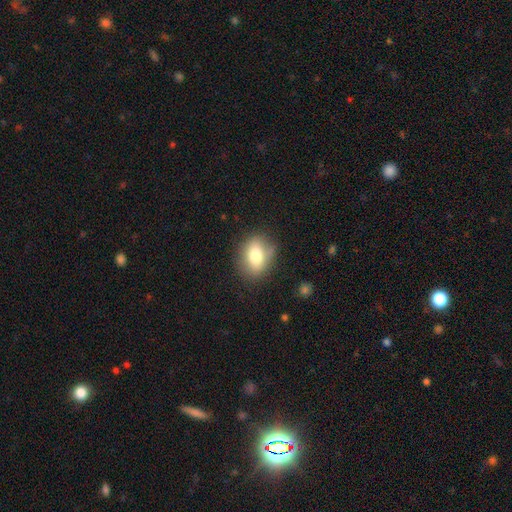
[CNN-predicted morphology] A smooth galaxy with no disk features (76%) that is in between round and cigar-shaped (64%). Merging: none (74%).